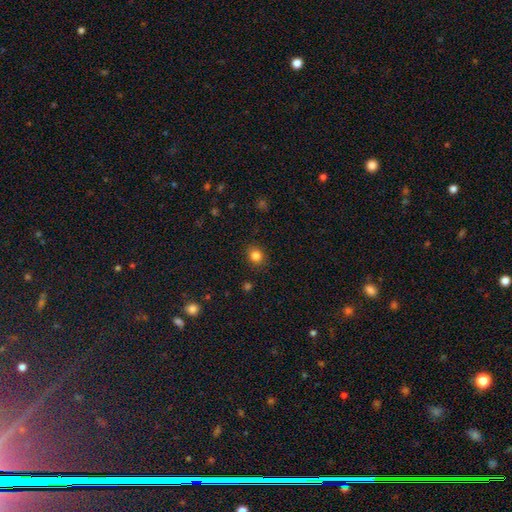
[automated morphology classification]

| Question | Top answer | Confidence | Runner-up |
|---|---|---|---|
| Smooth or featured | smooth | 83% | star or artifact (12%) |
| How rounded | round | 71% | in between (28%) |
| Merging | none | 88% | minor disturbance (8%) |